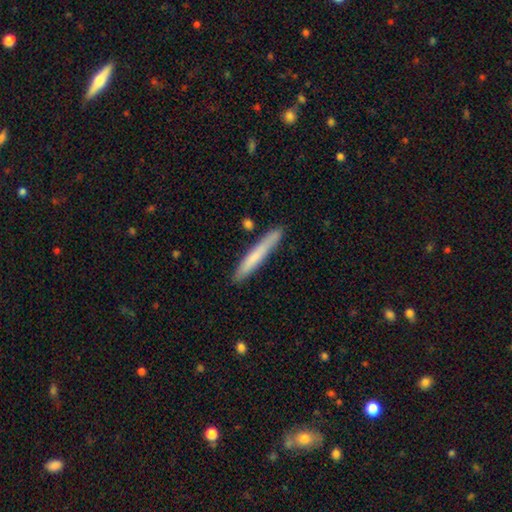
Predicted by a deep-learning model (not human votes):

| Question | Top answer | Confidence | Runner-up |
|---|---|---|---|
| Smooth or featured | smooth | 69% | featured or disk (26%) |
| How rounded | cigar-shaped | 96% | in between (3%) |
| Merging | none | 84% | minor disturbance (11%) |